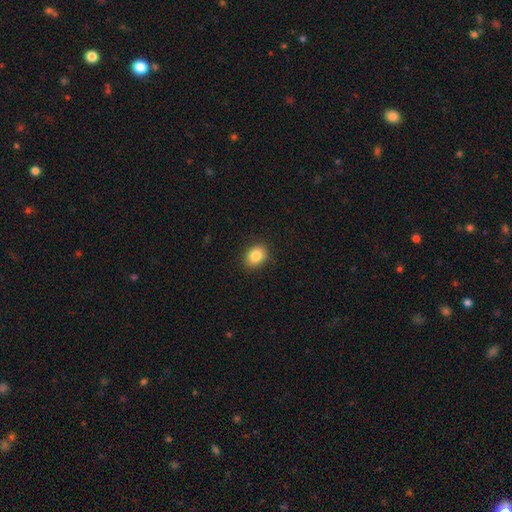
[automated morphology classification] A smooth galaxy with no disk features (84%) that is in between round and cigar-shaped (56%).

Vote fractions:
- Smooth or featured? smooth: 84% / star or artifact: 9% / featured or disk: 7%
- How rounded? in between: 56% / round: 43% / cigar-shaped: 1%
- Merging? none: 88% / minor disturbance: 9% / major disturbance: 2% / merger: 1%